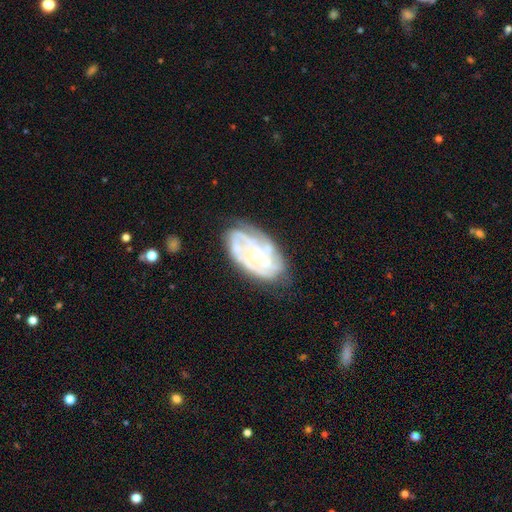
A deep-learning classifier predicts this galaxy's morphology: smooth_or_featured: featured or disk (p=0.80) [alt: smooth p=0.13]
disk_edge_on: no (p=0.96) [alt: yes p=0.04]
bar: no (p=0.78) [alt: weak p=0.17]
has_spiral_arms: yes (p=0.86) [alt: no p=0.14]
spiral_winding: tight (p=0.66) [alt: medium p=0.27]
spiral_arm_count: can't tell (p=0.41) [alt: 3 p=0.19]
bulge_size: small (p=0.66) [alt: moderate p=0.29]
merging: none (p=0.66) [alt: minor disturbance p=0.22]